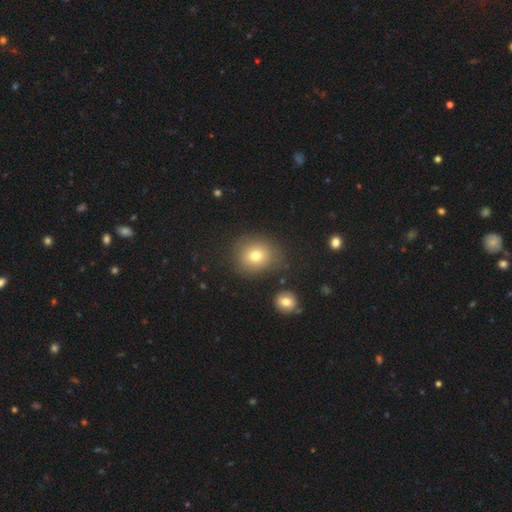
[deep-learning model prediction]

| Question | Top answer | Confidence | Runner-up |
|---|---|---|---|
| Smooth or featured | smooth | 76% | star or artifact (14%) |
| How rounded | round | 76% | in between (23%) |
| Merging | none | 82% | minor disturbance (11%) |